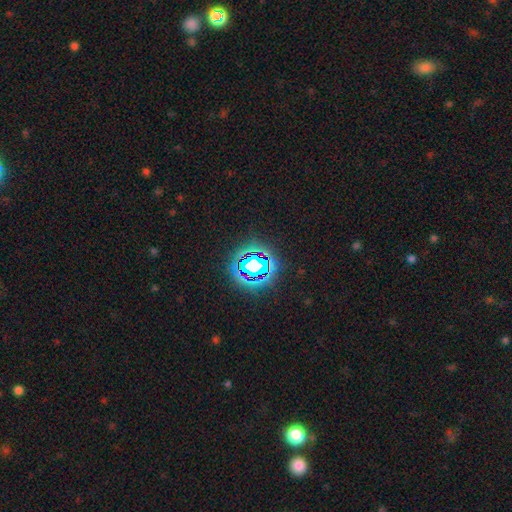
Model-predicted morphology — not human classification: Overall: star or artifact (81%).